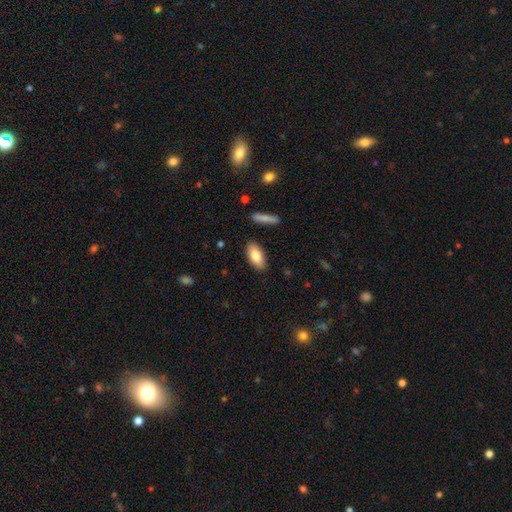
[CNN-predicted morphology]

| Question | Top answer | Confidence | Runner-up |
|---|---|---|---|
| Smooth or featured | smooth | 83% | featured or disk (11%) |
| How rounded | in between | 87% | cigar-shaped (11%) |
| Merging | none | 86% | minor disturbance (10%) |